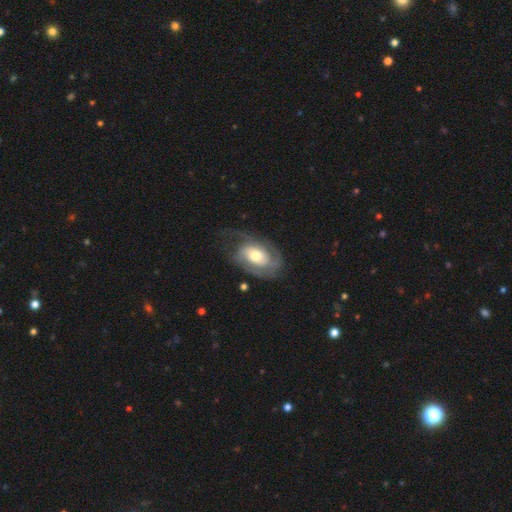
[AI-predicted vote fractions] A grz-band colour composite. It shows a featured or disk galaxy (75%) with no bar (67%), 2 (52%) tight (45%) spiral arms (89%) and a moderate central bulge (60%). Merging: none (54%).